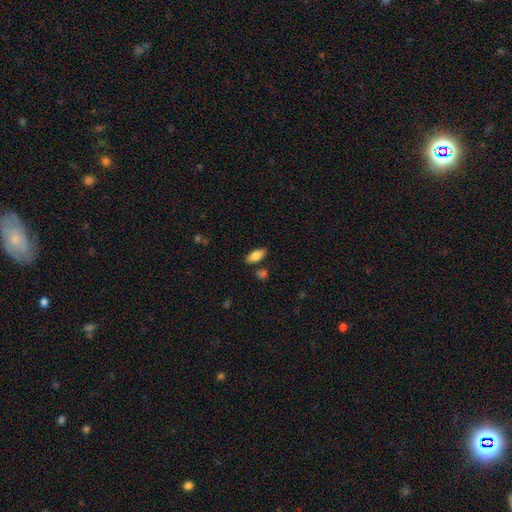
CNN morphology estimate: Q: Smooth or featured?
A: smooth (80%); runner-up: featured or disk (13%)
Q: How rounded?
A: in between (86%); runner-up: cigar-shaped (12%)
Q: Merging?
A: none (81%); runner-up: minor disturbance (12%)